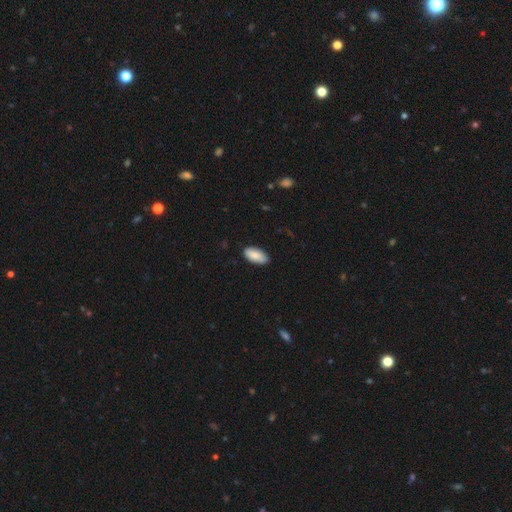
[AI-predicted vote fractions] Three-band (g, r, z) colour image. It shows a smooth galaxy with no disk features (87%) that is in between round and cigar-shaped (92%). Merging: none (85%).